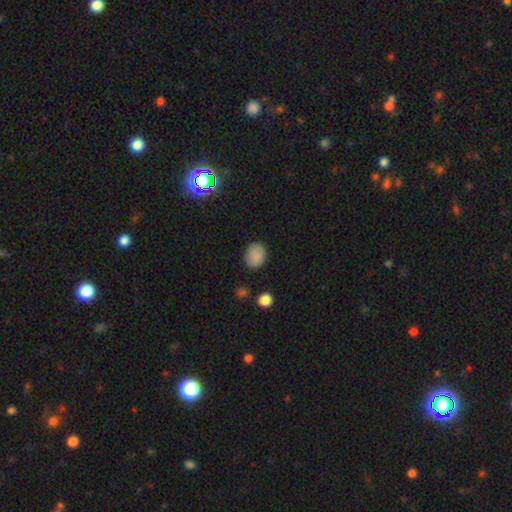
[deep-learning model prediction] smooth 86%, star or artifact 10%, featured or disk 4%. Down the decision tree: how rounded — round (62%); merging — none (85%).